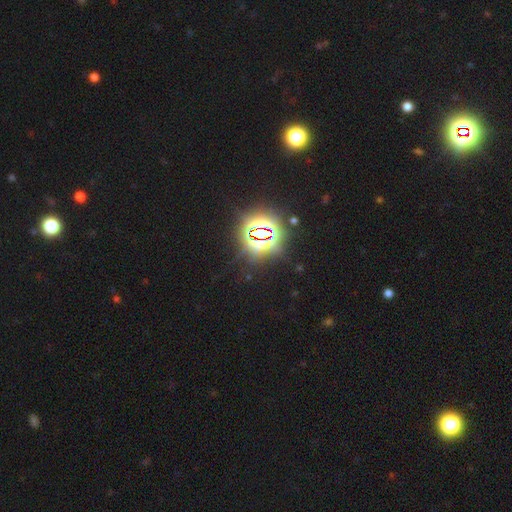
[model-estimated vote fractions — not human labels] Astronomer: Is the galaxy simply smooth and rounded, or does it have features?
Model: star or artifact — 81%.